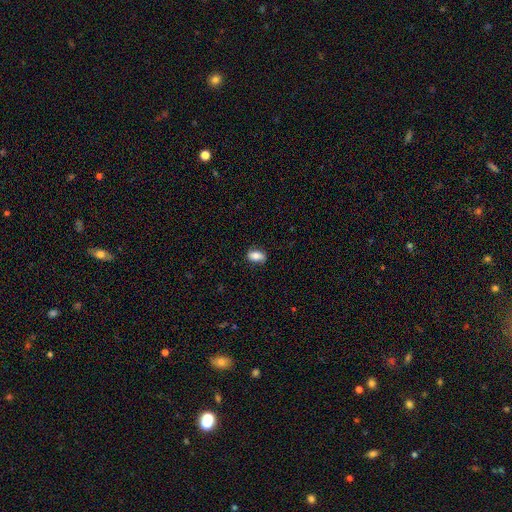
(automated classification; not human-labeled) smooth 78%, featured or disk 15%, star or artifact 8%. Down the decision tree: how rounded — in between (89%); merging — none (77%).